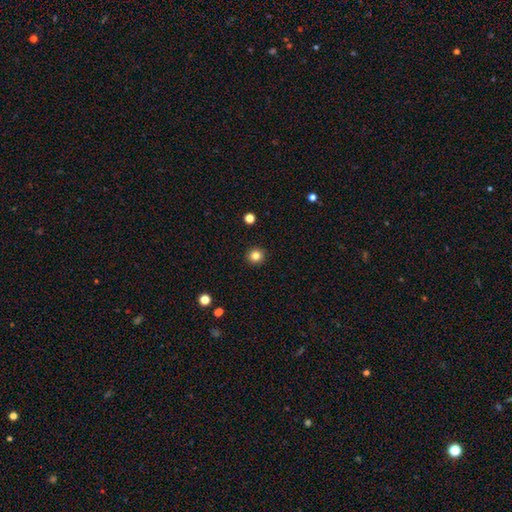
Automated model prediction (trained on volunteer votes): This appears to be a smooth galaxy with no disk features (82%) that is round (94%). Merging: none (93%).